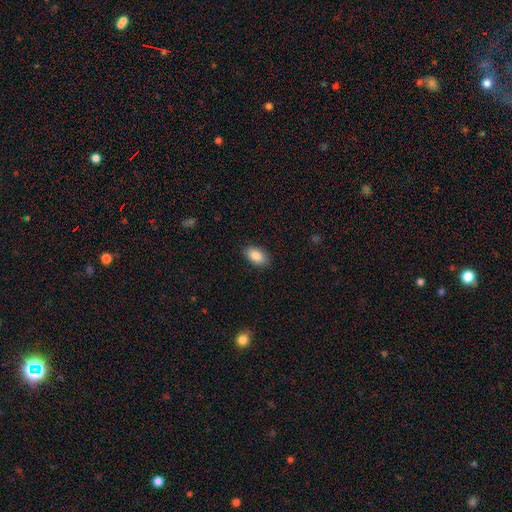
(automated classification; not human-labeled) This appears to be a smooth galaxy with no disk features (88%) that is in between round and cigar-shaped (92%). Merging: none (88%).